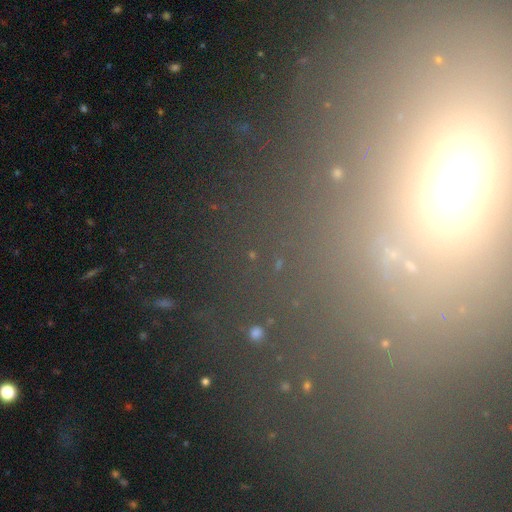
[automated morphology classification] This appears to be a star or artifact, not a galaxy (63%).